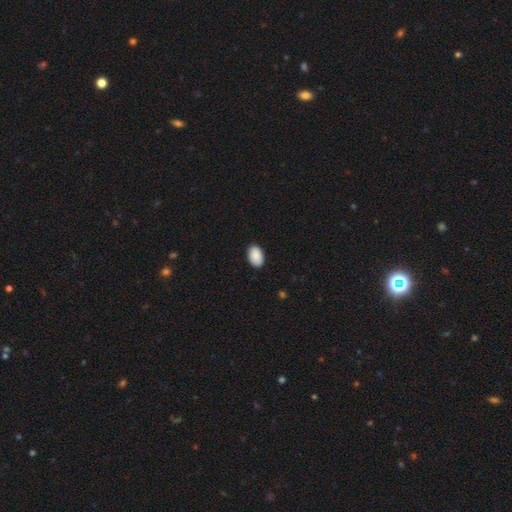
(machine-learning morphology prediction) smooth 91%, star or artifact 7%, featured or disk 3%. Down the decision tree: how rounded — in between (92%); merging — none (89%).